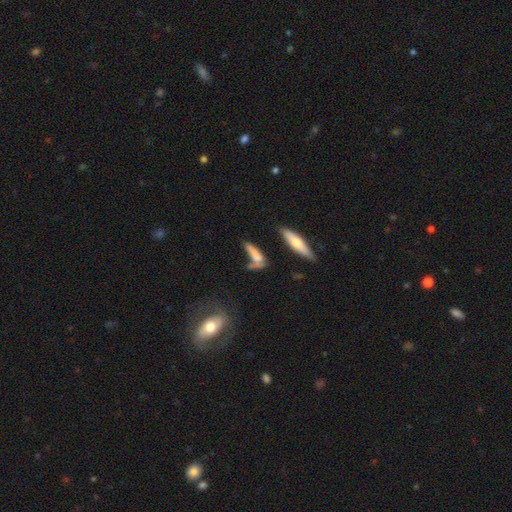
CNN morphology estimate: smooth 66%, featured or disk 24%, star or artifact 11%. Down the decision tree: how rounded — cigar-shaped (50%); merging — none (36%).